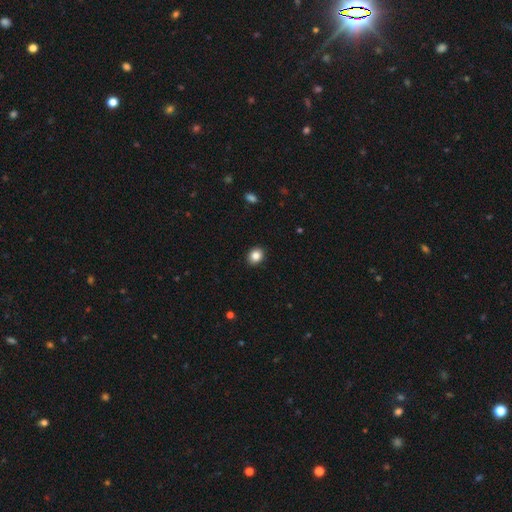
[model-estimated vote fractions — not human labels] smooth 85%, star or artifact 10%, featured or disk 5%. Down the decision tree: how rounded — round (56%); merging — none (90%).